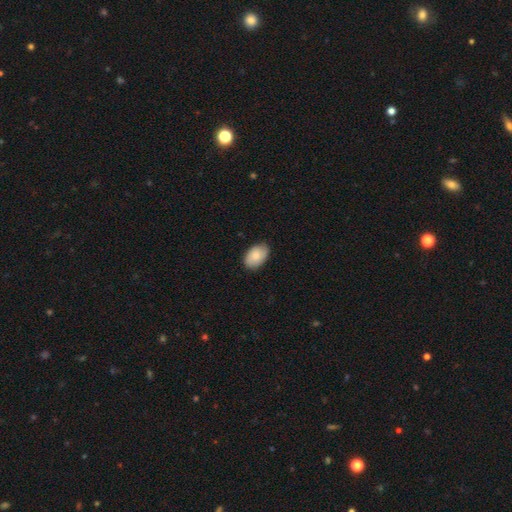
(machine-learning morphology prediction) Overall: smooth (78%). How rounded: in between (89%). Merging: none (81%).